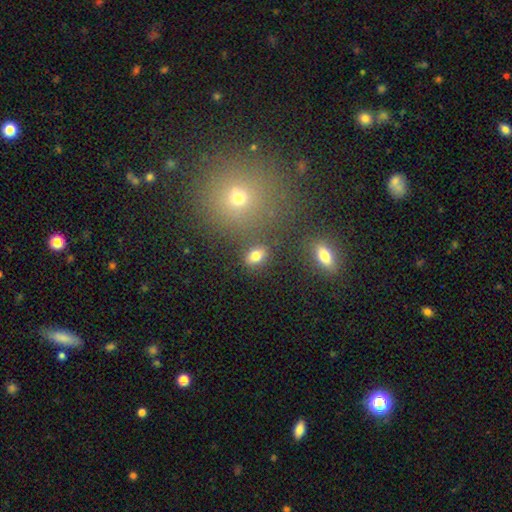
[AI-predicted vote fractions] Overall: smooth (79%). How rounded: in between (73%). Merging: none (79%).